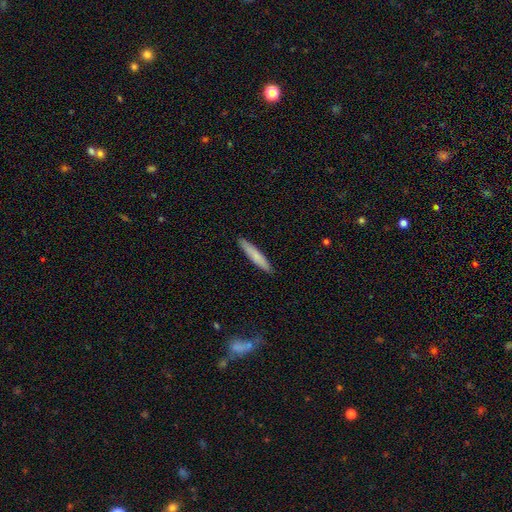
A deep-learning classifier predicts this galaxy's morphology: Smooth or featured? Predicted: smooth (p=0.76). How rounded? Predicted: cigar-shaped (p=0.92). Merging? Predicted: none (p=0.90).